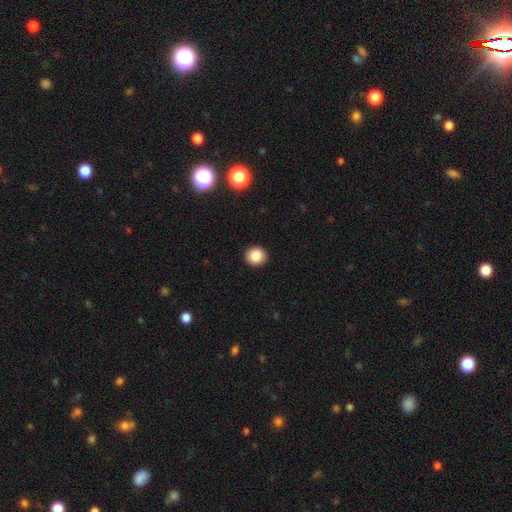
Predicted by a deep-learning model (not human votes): Q: Smooth or featured?
A: smooth (86%); runner-up: star or artifact (10%)
Q: How rounded?
A: round (91%); runner-up: in between (8%)
Q: Merging?
A: none (92%); runner-up: minor disturbance (5%)